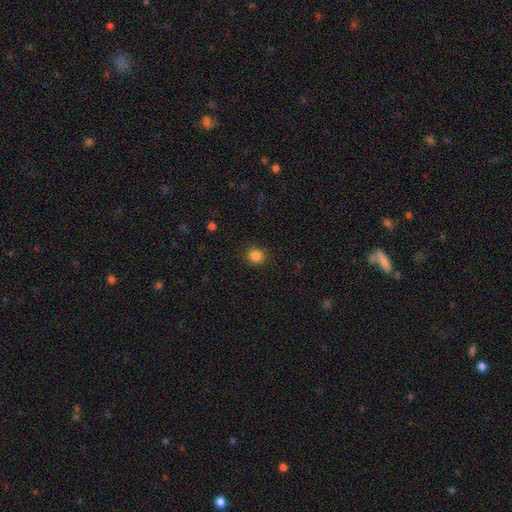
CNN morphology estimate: Smooth or featured? Predicted: smooth (p=0.85). How rounded? Predicted: round (p=0.85). Merging? Predicted: none (p=0.90).